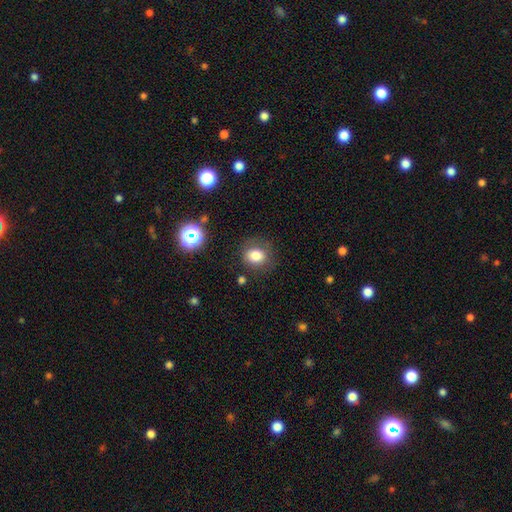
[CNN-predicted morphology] Smooth or featured: smooth — 79% (star or artifact — 12%)
How rounded: round — 65% (in between — 34%)
Merging: none — 78% (minor disturbance — 14%)